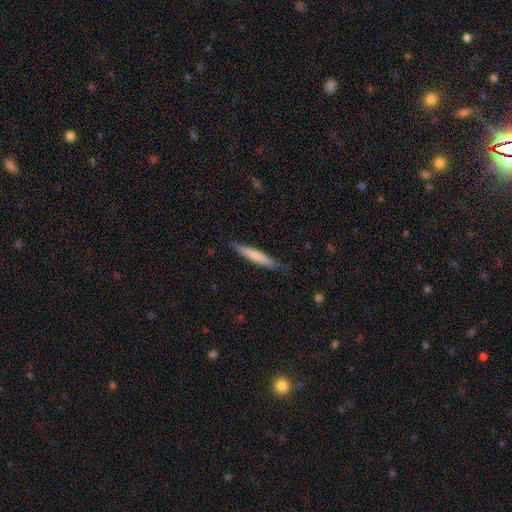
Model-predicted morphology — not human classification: A smooth galaxy with no disk features (69%) that is cigar-shaped (92%).

Vote fractions:
- Smooth or featured? smooth: 69% / featured or disk: 25% / star or artifact: 5%
- How rounded? cigar-shaped: 92% / in between: 7% / round: 1%
- Merging? none: 82% / minor disturbance: 15% / major disturbance: 2% / merger: 1%